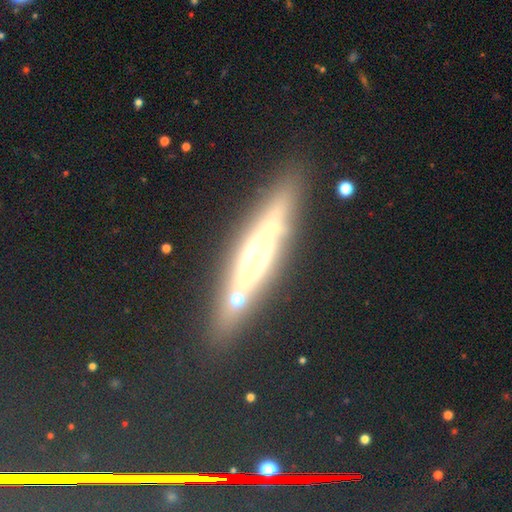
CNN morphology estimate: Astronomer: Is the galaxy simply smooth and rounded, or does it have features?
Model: featured or disk — 58%.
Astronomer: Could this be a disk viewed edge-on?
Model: yes — 80%.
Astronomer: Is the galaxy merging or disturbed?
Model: none — 83%.